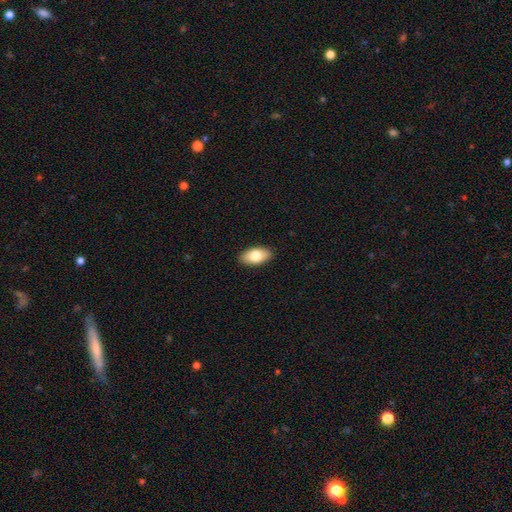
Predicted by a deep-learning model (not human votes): Smooth or featured?
  - smooth: 78% *
  - featured or disk: 16%
  - star or artifact: 7%
How rounded?
  - in between: 93% *
  - round: 4%
  - cigar-shaped: 3%
Merging?
  - none: 90% *
  - minor disturbance: 7%
  - major disturbance: 2%
  - merger: 1%